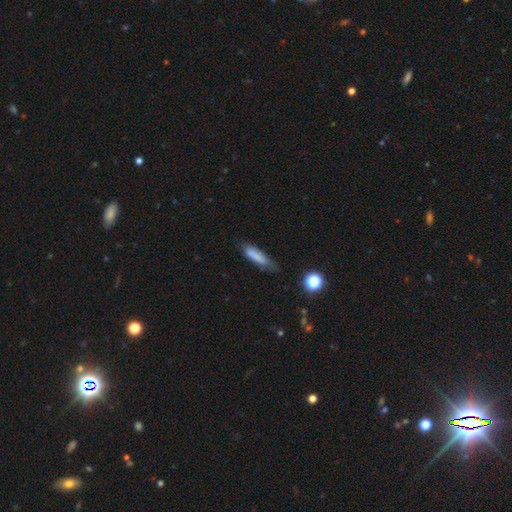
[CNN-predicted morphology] Smooth or featured: smooth — 79% (featured or disk — 13%)
How rounded: cigar-shaped — 71% (in between — 27%)
Merging: none — 55% (minor disturbance — 33%)